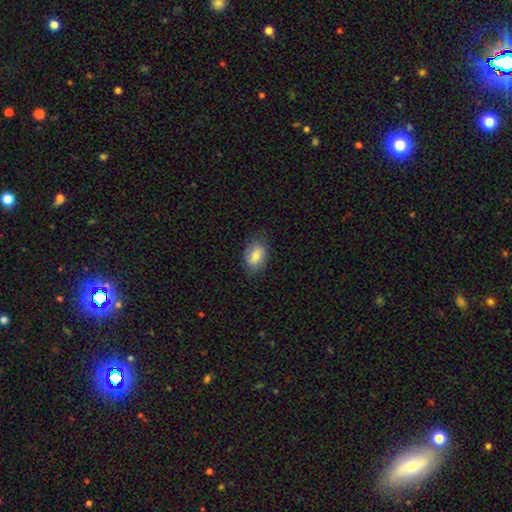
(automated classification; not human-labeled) Smooth or featured?
  - smooth: 74% *
  - featured or disk: 18%
  - star or artifact: 8%
How rounded?
  - in between: 81% *
  - round: 18%
  - cigar-shaped: 2%
Merging?
  - none: 77% *
  - minor disturbance: 18%
  - major disturbance: 4%
  - merger: 1%